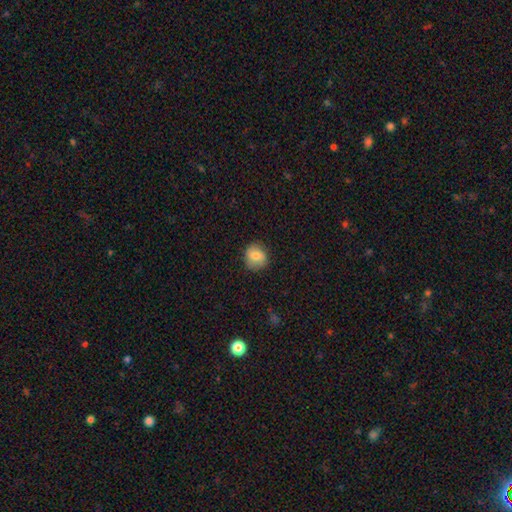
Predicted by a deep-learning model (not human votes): Morphology: type=smooth (79%); roundness=round (84%); merging=none (84%).